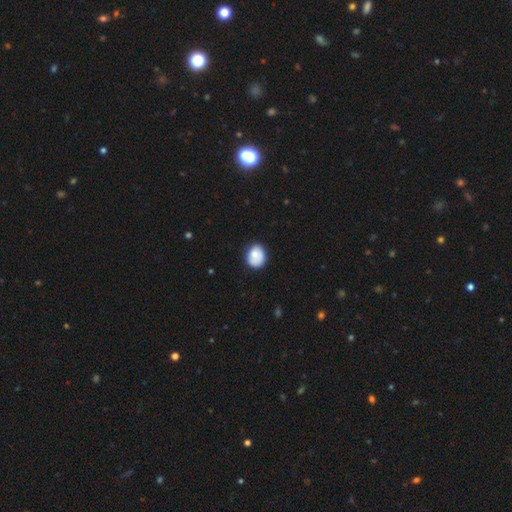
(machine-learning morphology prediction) Smooth or featured: smooth — 78% (featured or disk — 15%)
How rounded: round — 53% (in between — 46%)
Merging: none — 71% (minor disturbance — 22%)